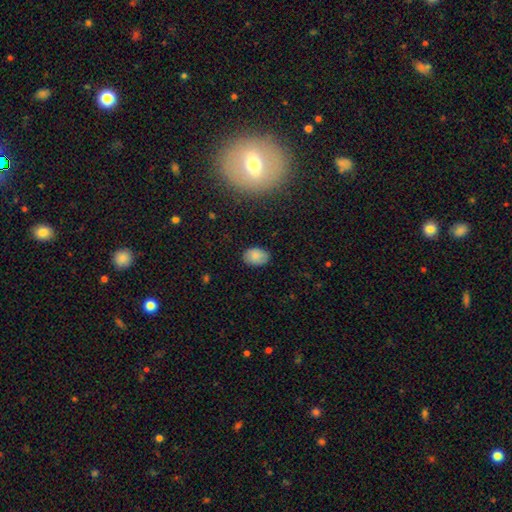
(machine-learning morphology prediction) This is clearly a smooth galaxy (83%). How rounded: likely in between (80%). Merging: clearly none (82%).